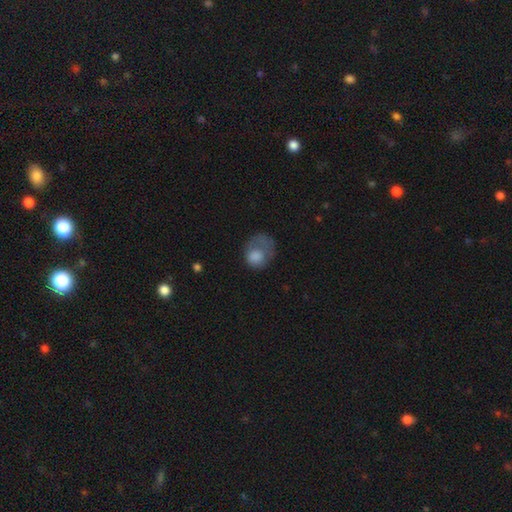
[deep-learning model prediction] The model was most divided on "merging": major disturbance: 41%, none: 34%, minor disturbance: 23%, merger: 3%. More confident: smooth or featured — smooth (65%); how rounded — round (62%).